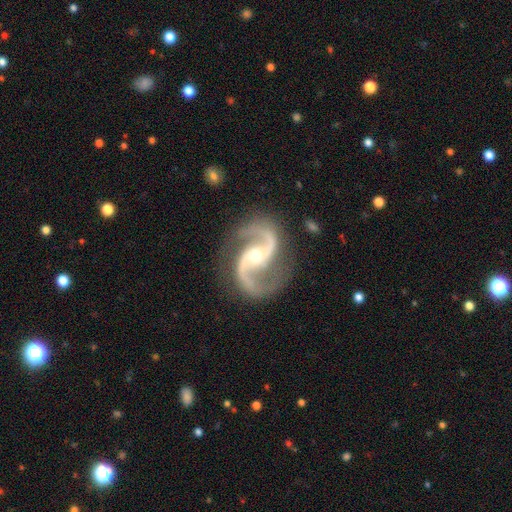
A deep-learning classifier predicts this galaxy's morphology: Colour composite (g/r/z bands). It shows a featured or disk galaxy (94%) with no bar (44%), 2 (95%) medium (58%) spiral arms (99%) and a moderate central bulge (49%). Merging: none (82%).